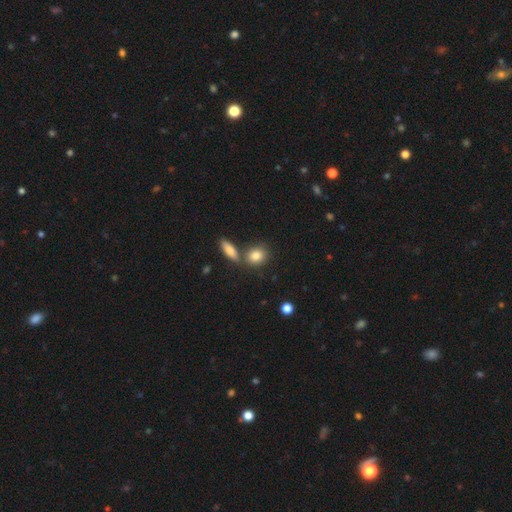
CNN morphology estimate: Q: Smooth or featured?
A: smooth (83%); runner-up: featured or disk (9%)
Q: How rounded?
A: in between (50%); runner-up: round (46%)
Q: Merging?
A: none (62%); runner-up: merger (24%)